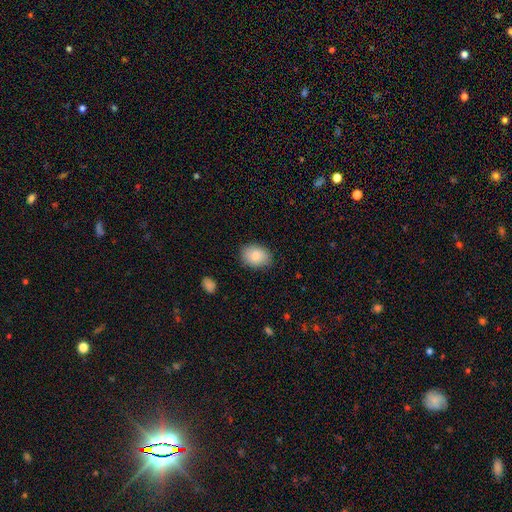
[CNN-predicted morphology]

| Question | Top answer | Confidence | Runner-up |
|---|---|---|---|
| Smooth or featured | smooth | 84% | featured or disk (9%) |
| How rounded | in between | 68% | round (31%) |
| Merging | none | 83% | minor disturbance (13%) |